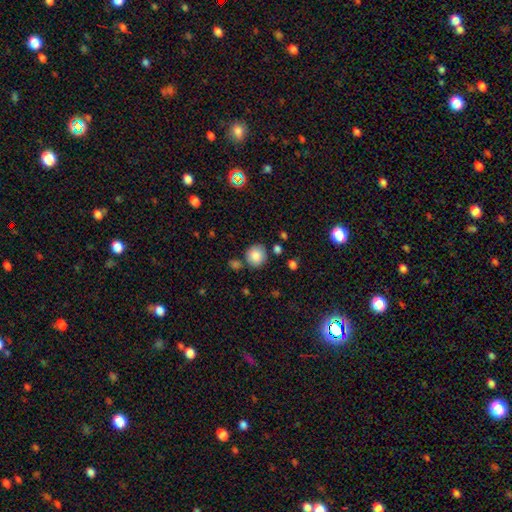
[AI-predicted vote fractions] A smooth galaxy with no disk features (85%) that is round (88%).

Vote fractions:
- Smooth or featured? smooth: 85% / star or artifact: 9% / featured or disk: 6%
- How rounded? round: 88% / in between: 11% / cigar-shaped: 1%
- Merging? none: 78% / minor disturbance: 11% / merger: 8% / major disturbance: 3%